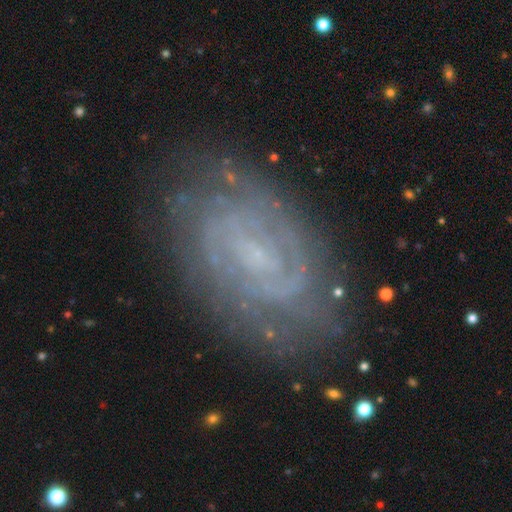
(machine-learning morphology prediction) This is clearly a featured or disk galaxy (81%). It is clearly not viewed edge-on (96%). Bar: possibly weak (51%). Spiral arm pattern: clearly yes (92%). Spiral arm count: marginally 2 (40%). Spiral winding: likely tight (61%). Central bulge: likely small (66%). Merging: likely none (79%).